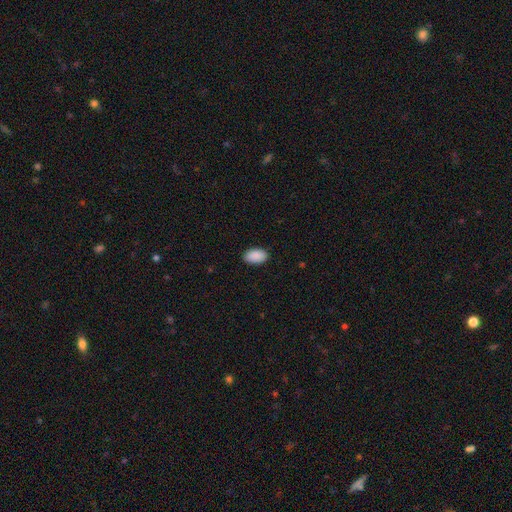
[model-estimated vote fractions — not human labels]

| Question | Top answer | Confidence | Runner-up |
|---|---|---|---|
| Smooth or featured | smooth | 91% | star or artifact (6%) |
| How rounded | in between | 94% | round (4%) |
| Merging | none | 89% | minor disturbance (8%) |